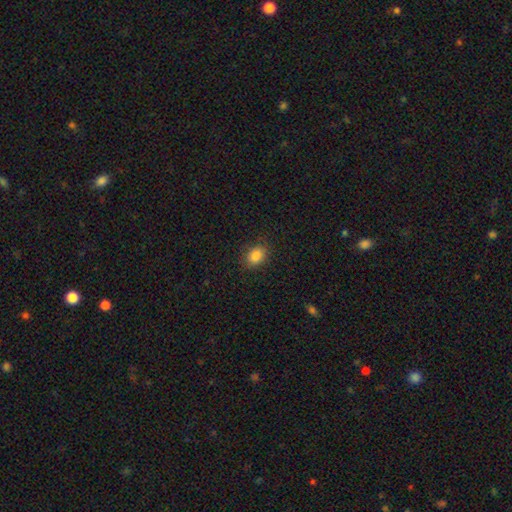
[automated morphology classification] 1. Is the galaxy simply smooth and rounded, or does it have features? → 85% smooth, 10% star or artifact, 5% featured or disk.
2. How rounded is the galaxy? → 67% in between, 32% round, 1% cigar-shaped.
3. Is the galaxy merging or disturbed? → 86% none, 10% minor disturbance, 3% major disturbance, 1% merger.